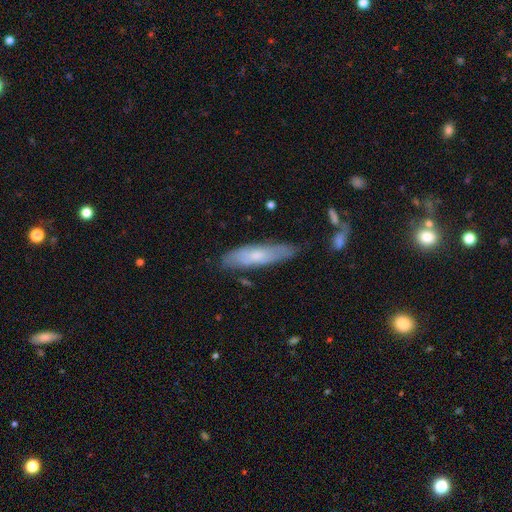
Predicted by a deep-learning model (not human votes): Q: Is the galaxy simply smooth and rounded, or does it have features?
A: smooth — 59%.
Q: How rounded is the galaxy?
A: cigar-shaped — 68%.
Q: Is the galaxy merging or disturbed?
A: none — 73%.